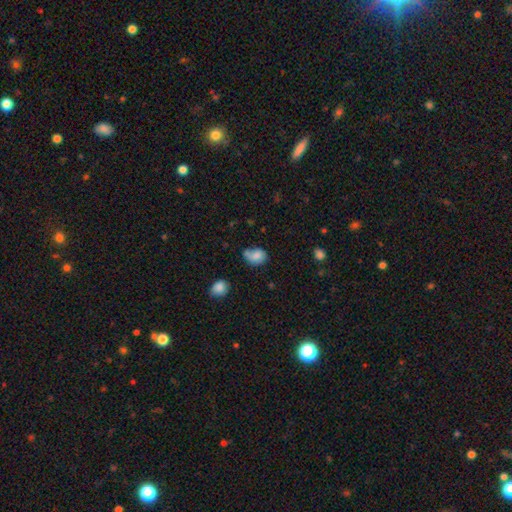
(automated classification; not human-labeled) Overall: smooth (74%). How rounded: in between (60%; round 39%). Merging: none (43%; minor disturbance 32%).